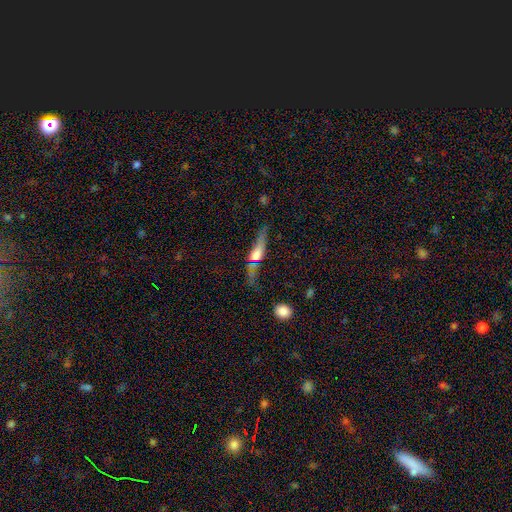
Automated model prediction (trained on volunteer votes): This appears to be a featured or disk galaxy (44%). Merging: none (50%).